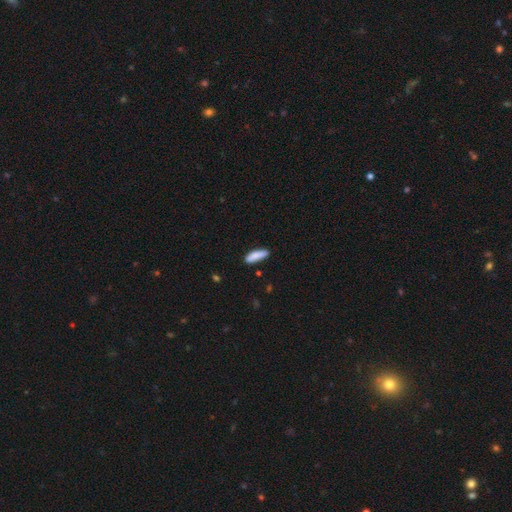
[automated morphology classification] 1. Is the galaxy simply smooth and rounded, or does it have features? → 85% smooth, 9% featured or disk, 6% star or artifact.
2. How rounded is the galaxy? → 57% cigar-shaped, 41% in between, 2% round.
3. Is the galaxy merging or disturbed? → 79% none, 16% minor disturbance, 3% merger, 3% major disturbance.